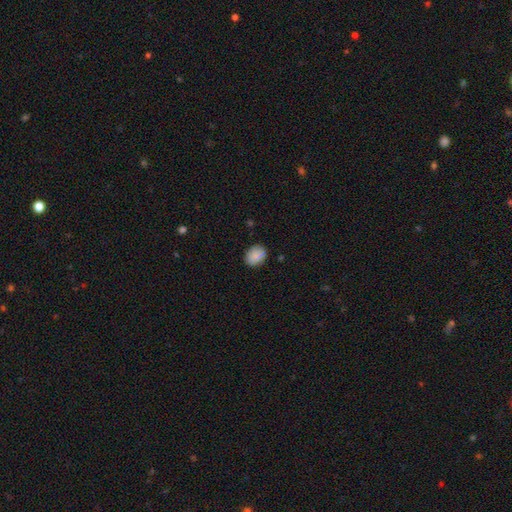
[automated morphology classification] smooth-or-featured: smooth: 88% | star or artifact: 8% | featured or disk: 5%
  how-rounded: in between: 60% | round: 39% | cigar-shaped: 1%
  merging: none: 82% | minor disturbance: 14% | major disturbance: 3% | merger: 1%